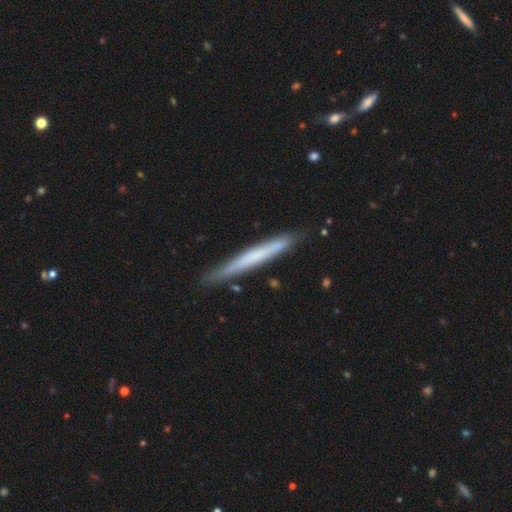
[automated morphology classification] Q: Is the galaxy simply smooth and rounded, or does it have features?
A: smooth — 54%.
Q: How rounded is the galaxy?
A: cigar-shaped — 97%.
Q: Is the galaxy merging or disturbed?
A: none — 85%.